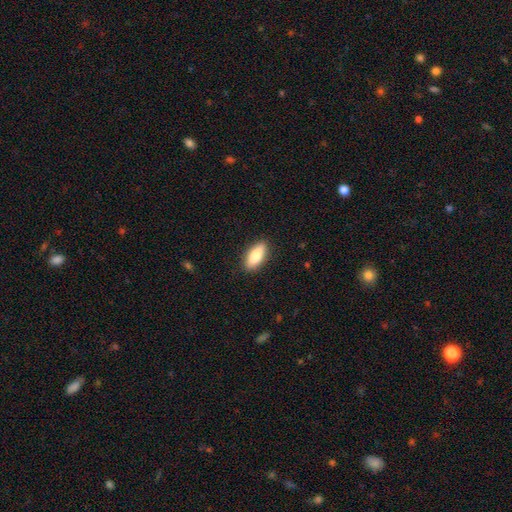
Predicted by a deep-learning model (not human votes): A smooth galaxy with no disk features (81%) that is in between round and cigar-shaped (79%). Merging: none (88%).